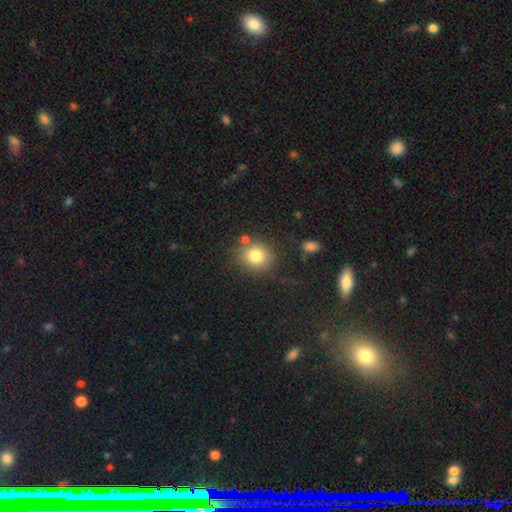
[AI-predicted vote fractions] The model was most divided on "how rounded": round: 79%, in between: 20%, cigar-shaped: 1%. More confident: smooth or featured — smooth (81%); merging — none (77%).